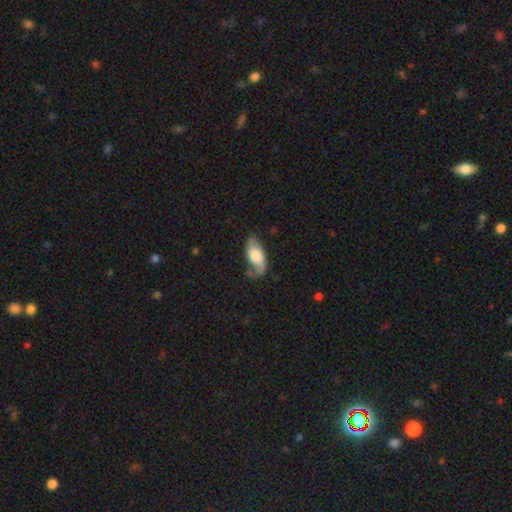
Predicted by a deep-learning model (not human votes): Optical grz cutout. It shows a featured or disk galaxy (50%). Merging: none (55%).